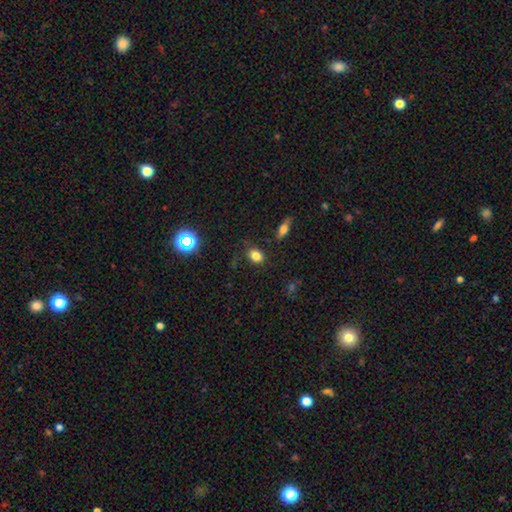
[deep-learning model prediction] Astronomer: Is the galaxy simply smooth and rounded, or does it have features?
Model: smooth — 80%.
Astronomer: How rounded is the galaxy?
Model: in between — 69%.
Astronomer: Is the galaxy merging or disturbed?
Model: none — 81%.